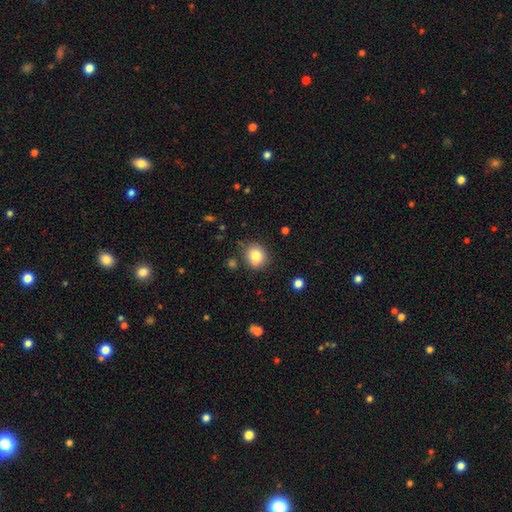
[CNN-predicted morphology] This is clearly a smooth galaxy (80%). How rounded: clearly round (81%). Merging: likely none (75%).